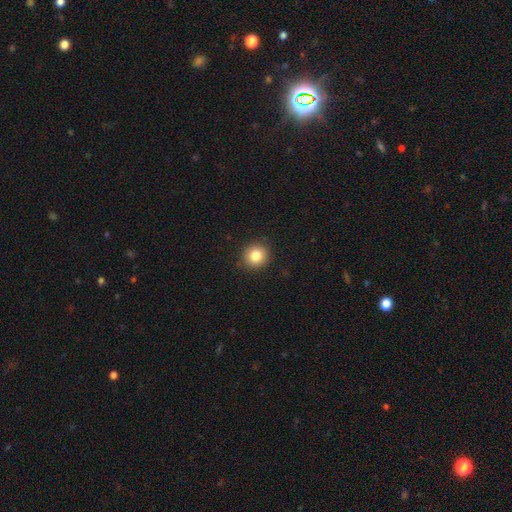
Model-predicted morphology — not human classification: type=smooth (83%); roundness=round (89%); merging=none (91%).